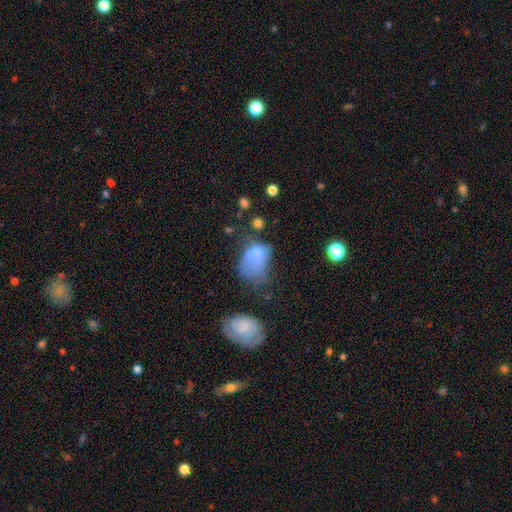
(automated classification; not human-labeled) The model was most divided on "merging": major disturbance: 43%, minor disturbance: 25%, none: 20%, merger: 13%. More confident: how rounded — in between (76%); smooth or featured — smooth (65%).